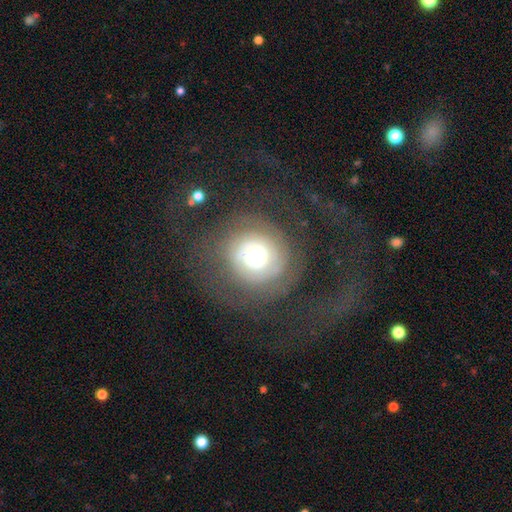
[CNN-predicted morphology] A featured or disk galaxy (58%) with no bar (84%), spiral arms (72%) and a moderate central bulge (50%).

Vote fractions:
- Smooth or featured? featured or disk: 58% / smooth: 31% / star or artifact: 12%
- Edge-on disk? no: 97% / yes: 3%
- Bar? no: 84% / weak: 12% / strong: 4%
- Spiral arms? yes: 72% / no: 28%
- Bulge size? moderate: 50% / large: 34% / dominant: 9% / small: 6% / none: 1%
- Merging? none: 69% / major disturbance: 16% / minor disturbance: 14% / merger: 2%